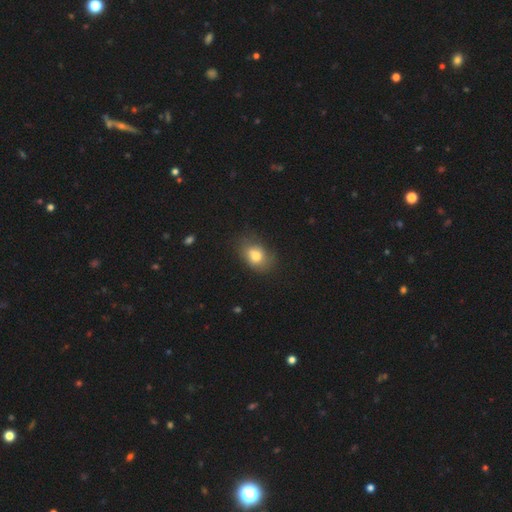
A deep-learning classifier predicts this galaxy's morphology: Overall: smooth (77%). How rounded: in between (71%). Merging: none (58%; minor disturbance 29%).